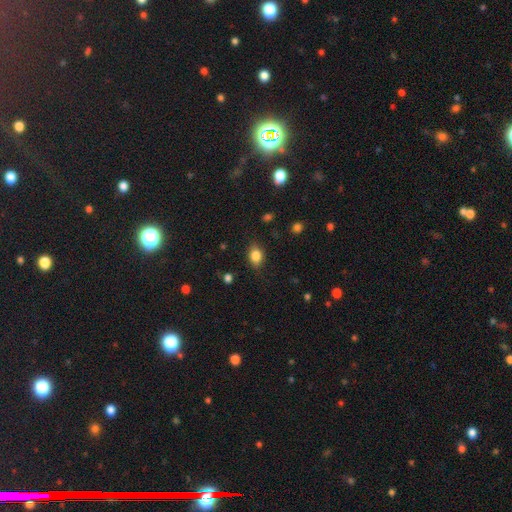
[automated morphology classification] A smooth galaxy with no disk features (83%) that is in between round and cigar-shaped (69%). Merging: none (82%).